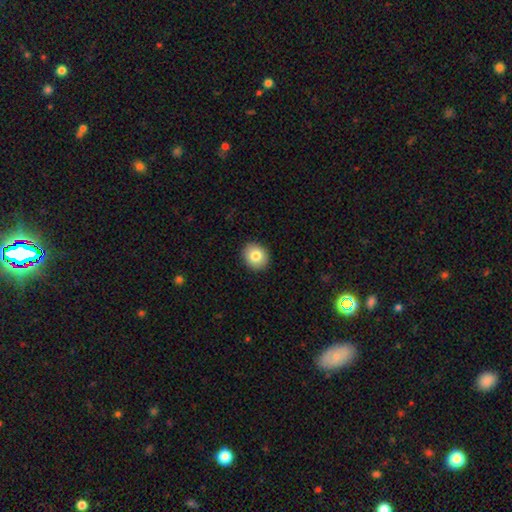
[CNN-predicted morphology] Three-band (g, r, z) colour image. It shows a smooth galaxy with no disk features (82%) that is round (77%). Merging: none (91%).